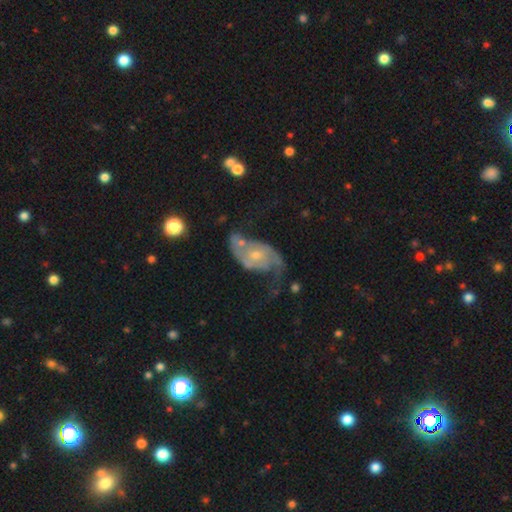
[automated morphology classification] Smooth or featured: featured or disk — 82% (smooth — 12%)
Edge-on disk: no — 97% (yes — 3%)
Bar: no — 61% (weak — 33%)
Spiral arms: yes — 92% (no — 8%)
Spiral winding: loose — 42% (medium — 41%)
Spiral arm count: 2 — 85% (can't tell — 7%)
Bulge size: small — 55% (moderate — 38%)
Merging: none — 43% (major disturbance — 25%)